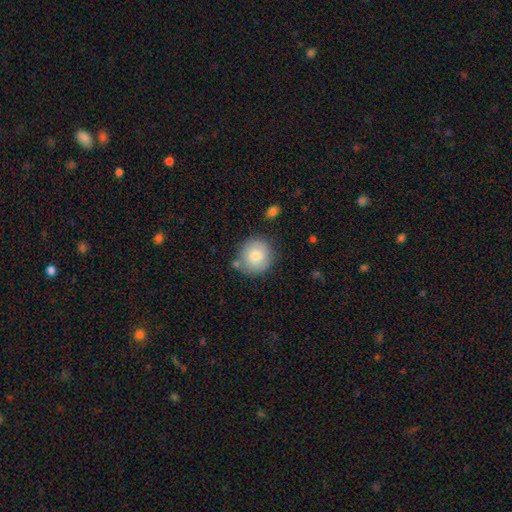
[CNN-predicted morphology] Q: Smooth or featured?
A: smooth (79%); runner-up: featured or disk (14%)
Q: How rounded?
A: round (90%); runner-up: in between (9%)
Q: Merging?
A: none (77%); runner-up: minor disturbance (14%)